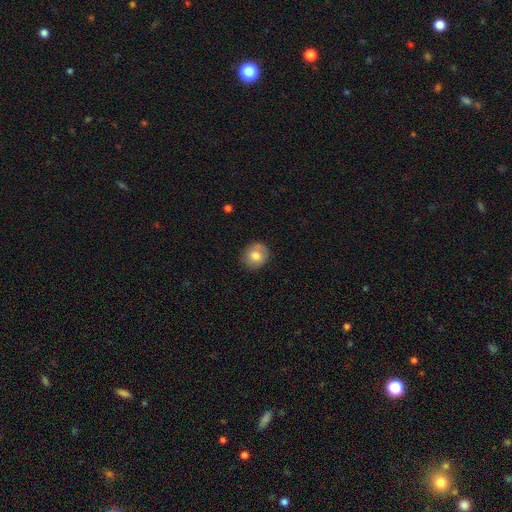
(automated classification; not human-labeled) A smooth galaxy with no disk features (74%) that is round (76%).

Vote fractions:
- Smooth or featured? smooth: 74% / featured or disk: 18% / star or artifact: 8%
- How rounded? round: 76% / in between: 23% / cigar-shaped: 1%
- Merging? none: 76% / minor disturbance: 18% / major disturbance: 4% / merger: 2%